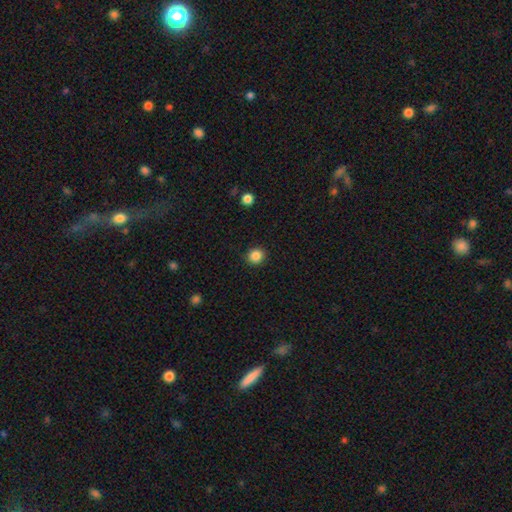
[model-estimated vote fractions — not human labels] Smooth or featured? Predicted: smooth (p=0.86). How rounded? Predicted: round (p=0.88). Merging? Predicted: none (p=0.91).